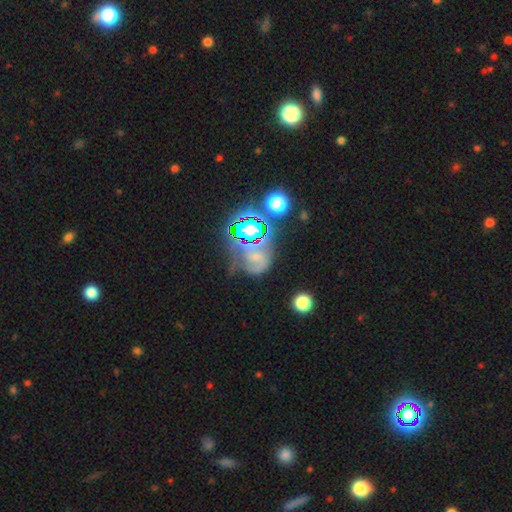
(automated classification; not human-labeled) Smooth or featured? featured or disk (47%)
Merging? none (39%)